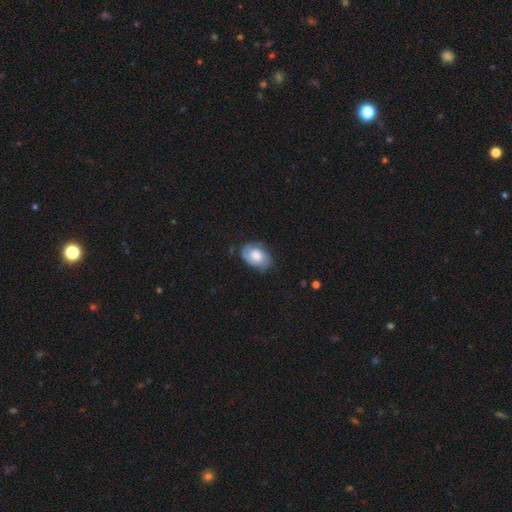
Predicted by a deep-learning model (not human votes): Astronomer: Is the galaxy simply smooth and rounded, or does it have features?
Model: featured or disk — 60%.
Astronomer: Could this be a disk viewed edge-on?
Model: no — 97%.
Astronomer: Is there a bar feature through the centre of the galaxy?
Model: no — 75%.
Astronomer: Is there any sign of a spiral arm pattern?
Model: yes — 88%.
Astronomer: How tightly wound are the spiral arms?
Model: tight — 55% (runner-up: medium, 33%).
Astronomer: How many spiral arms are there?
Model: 2 — 69%.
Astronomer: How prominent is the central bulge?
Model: moderate — 48% (runner-up: large, 31%).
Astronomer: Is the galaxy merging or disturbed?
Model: none — 69%.